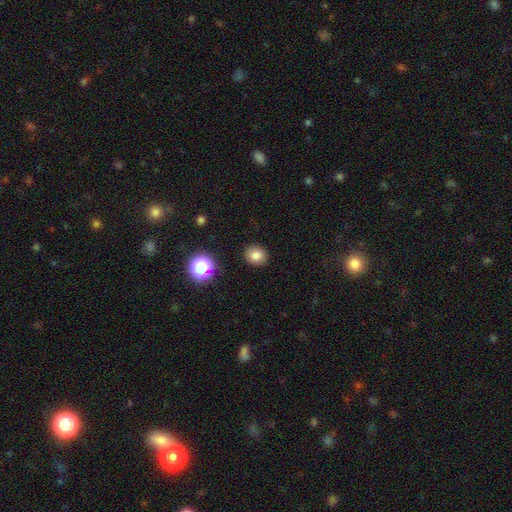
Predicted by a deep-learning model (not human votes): The model was most divided on "how rounded": round: 77%, in between: 22%, cigar-shaped: 1%. More confident: merging — none (90%); smooth or featured — smooth (79%).